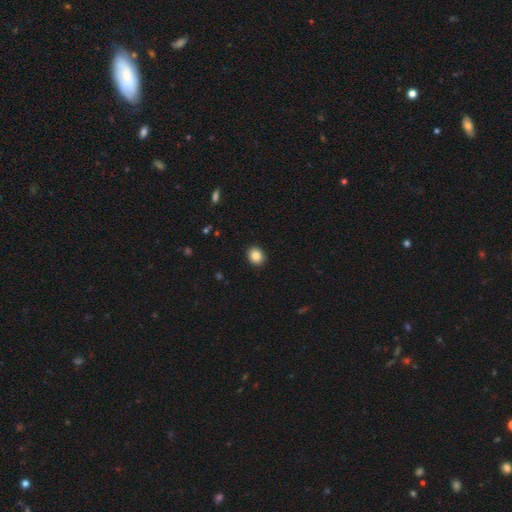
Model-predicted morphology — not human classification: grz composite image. It shows a smooth galaxy with no disk features (85%) that is round (60%). Merging: none (92%).